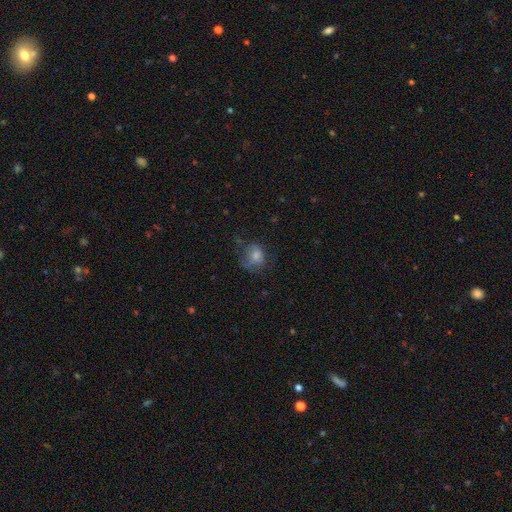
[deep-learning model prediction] Smooth or featured? Predicted: smooth (p=0.71). How rounded? Predicted: round (p=0.50). Merging? Predicted: none (p=0.44).